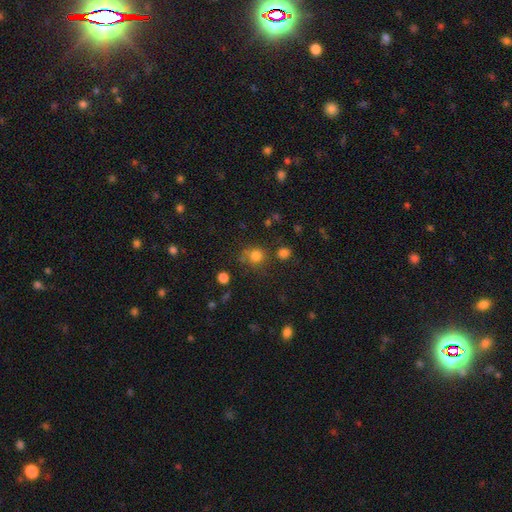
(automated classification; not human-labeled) smooth_or_featured: smooth (p=0.79) [alt: star or artifact p=0.15]
how_rounded: round (p=0.88) [alt: in between p=0.11]
merging: none (p=0.71) [alt: minor disturbance p=0.12]